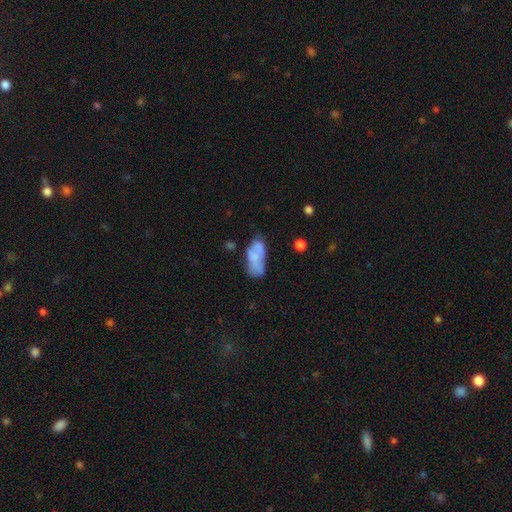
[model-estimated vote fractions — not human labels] The model was most divided on "merging": none: 40%, minor disturbance: 30%, major disturbance: 17%, merger: 13%. More confident: how rounded — in between (88%); smooth or featured — smooth (61%).